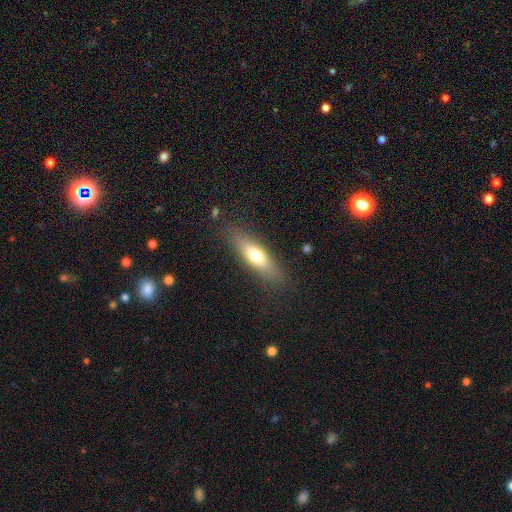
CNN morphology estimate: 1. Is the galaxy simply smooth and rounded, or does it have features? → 65% smooth, 28% featured or disk, 7% star or artifact.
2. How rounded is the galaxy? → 56% cigar-shaped, 42% in between, 2% round.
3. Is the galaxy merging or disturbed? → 84% none, 11% minor disturbance, 3% major disturbance, 1% merger.